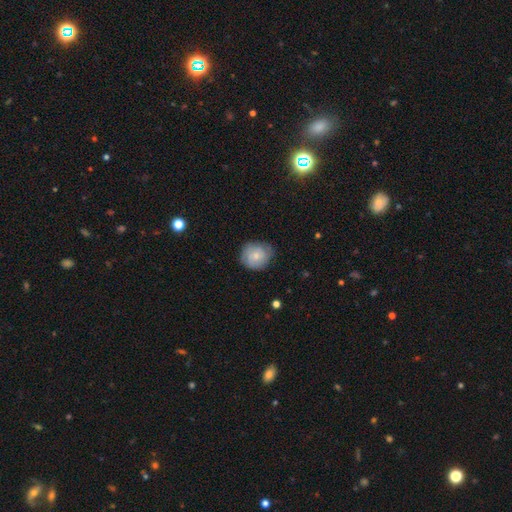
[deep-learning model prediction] A smooth galaxy with no disk features (63%) that is round (79%).

Vote fractions:
- Smooth or featured? smooth: 63% / featured or disk: 30% / star or artifact: 7%
- How rounded? round: 79% / in between: 20% / cigar-shaped: 1%
- Merging? none: 73% / minor disturbance: 22% / major disturbance: 5% / merger: 1%